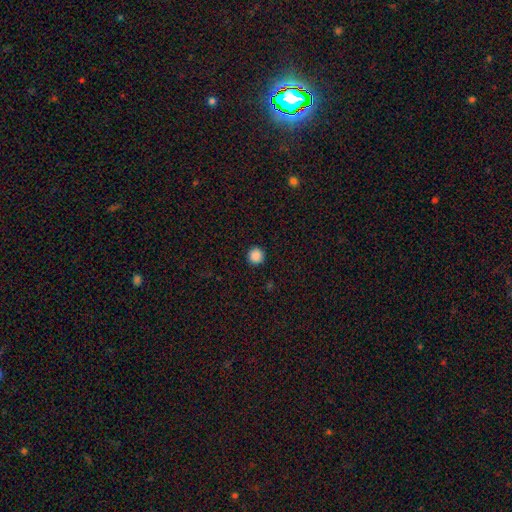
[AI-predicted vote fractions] A smooth galaxy with no disk features (88%) that is round (96%). Merging: none (93%).